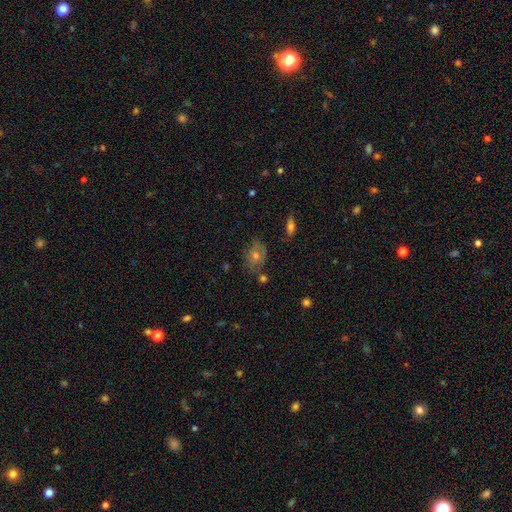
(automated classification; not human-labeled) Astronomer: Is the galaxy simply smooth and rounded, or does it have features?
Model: smooth — 43% (runner-up: featured or disk, 35%).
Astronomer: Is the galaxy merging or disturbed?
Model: none — 73%.